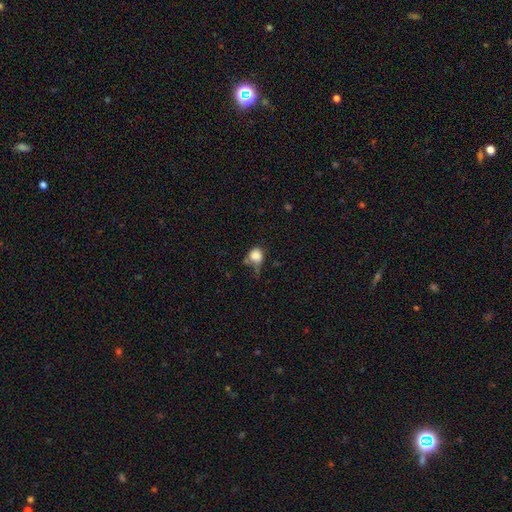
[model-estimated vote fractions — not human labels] A smooth galaxy with no disk features (83%) that is round (75%). Merging: none (44%).